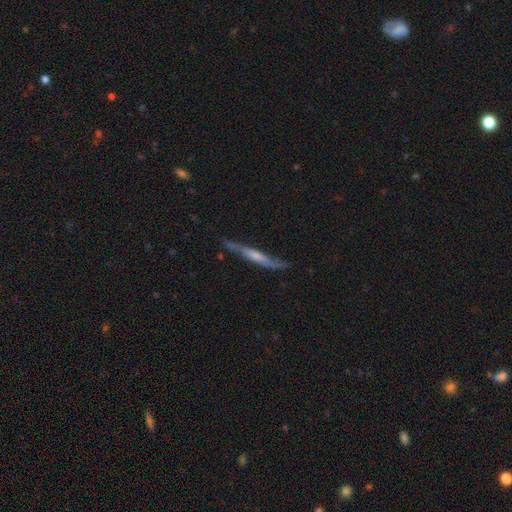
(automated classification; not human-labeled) Smooth or featured: featured or disk — 63% (smooth — 31%)
Edge-on disk: yes — 82% (no — 18%)
Edge-on bulge: none — 45% (rounded — 34%)
Merging: none — 66% (minor disturbance — 24%)